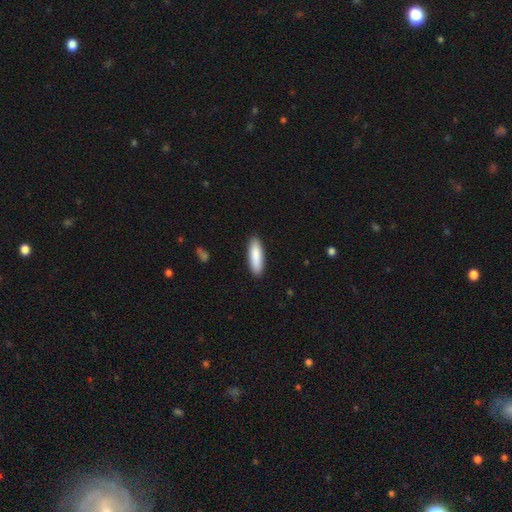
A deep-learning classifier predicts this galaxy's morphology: Smooth or featured?
  - smooth: 87% *
  - featured or disk: 7%
  - star or artifact: 5%
How rounded?
  - cigar-shaped: 58% *
  - in between: 40%
  - round: 1%
Merging?
  - none: 90% *
  - minor disturbance: 8%
  - major disturbance: 2%
  - merger: 1%